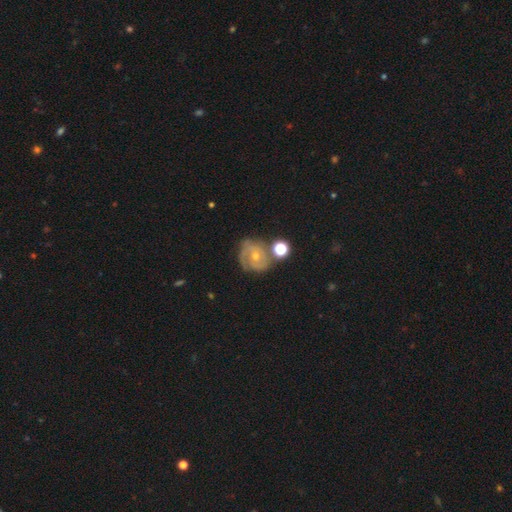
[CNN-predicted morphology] Smooth or featured? featured or disk (70%)
Edge-on disk? no (97%)
Bar? no (70%)
Spiral arms? yes (88%)
Spiral winding? tight (51%)
Spiral arm count? 2 (34%)
Bulge size? small (58%)
Merging? none (58%)